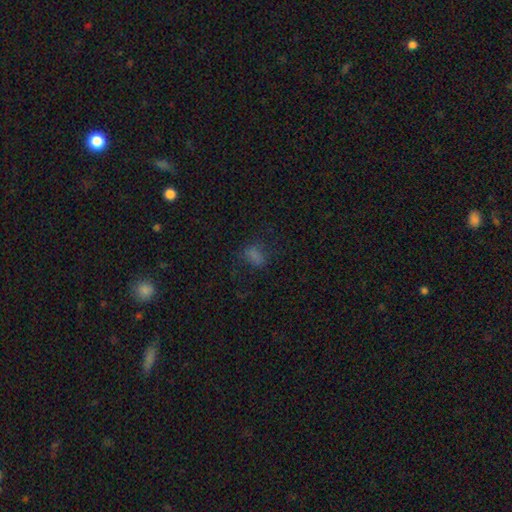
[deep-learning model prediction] smooth-or-featured: smooth: 66% | star or artifact: 24% | featured or disk: 10%
  how-rounded: in between: 75% | round: 22% | cigar-shaped: 4%
  merging: none: 64% | minor disturbance: 20% | major disturbance: 14% | merger: 2%